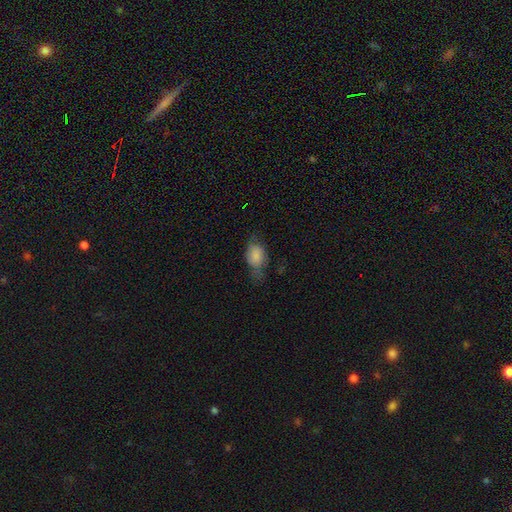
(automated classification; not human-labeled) smooth-or-featured: smooth: 78% | featured or disk: 13% | star or artifact: 8%
  how-rounded: in between: 81% | round: 17% | cigar-shaped: 2%
  merging: none: 43% | minor disturbance: 34% | major disturbance: 21% | merger: 2%